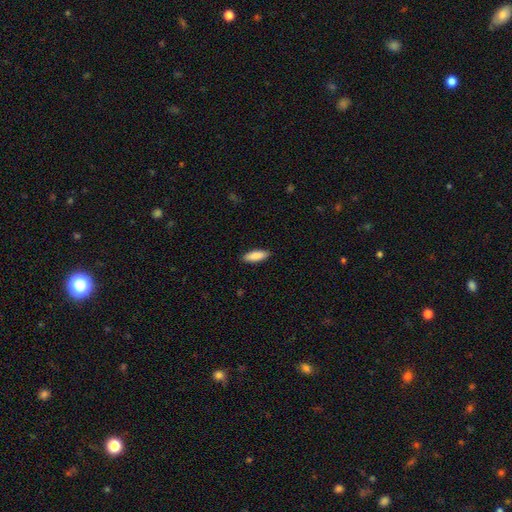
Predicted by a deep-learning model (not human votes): Morphology: type=smooth (88%); roundness=in between (62%); merging=none (90%).